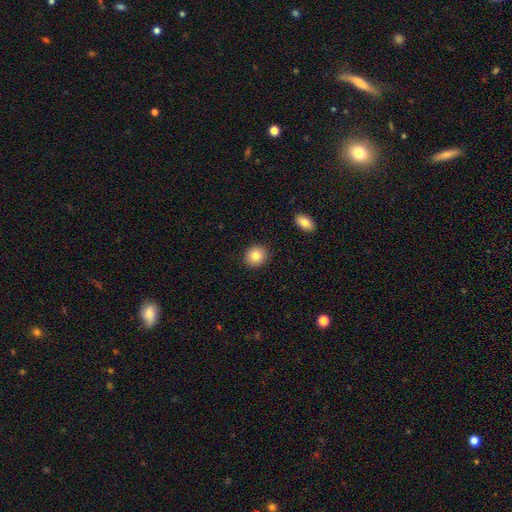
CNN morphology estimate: Q: Smooth or featured?
A: smooth (83%); runner-up: star or artifact (9%)
Q: How rounded?
A: round (82%); runner-up: in between (17%)
Q: Merging?
A: none (91%); runner-up: minor disturbance (6%)